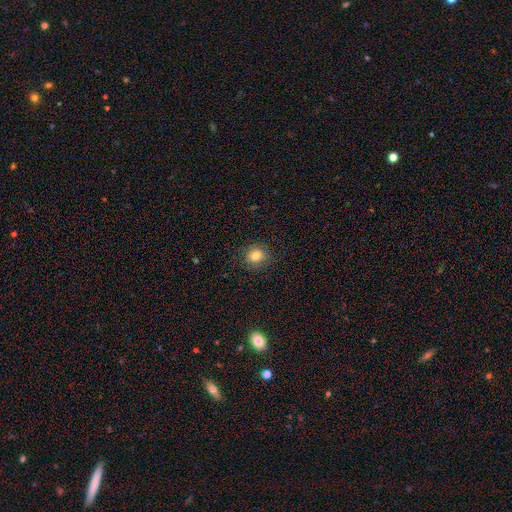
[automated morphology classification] type=smooth (82%); roundness=round (75%); merging=none (86%).